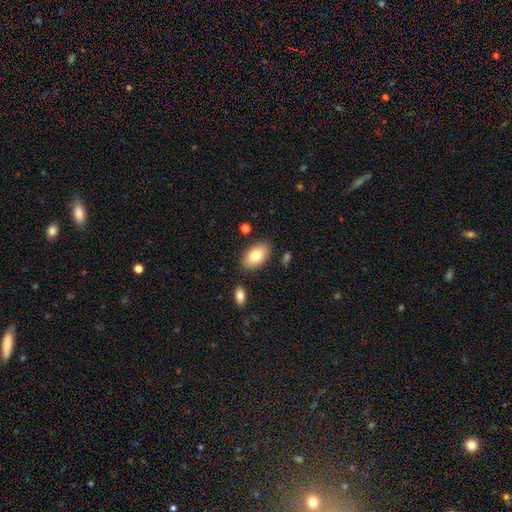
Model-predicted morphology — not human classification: The model was most divided on "smooth or featured": smooth: 79%, featured or disk: 15%, star or artifact: 7%. More confident: how rounded — in between (93%); merging — none (83%).